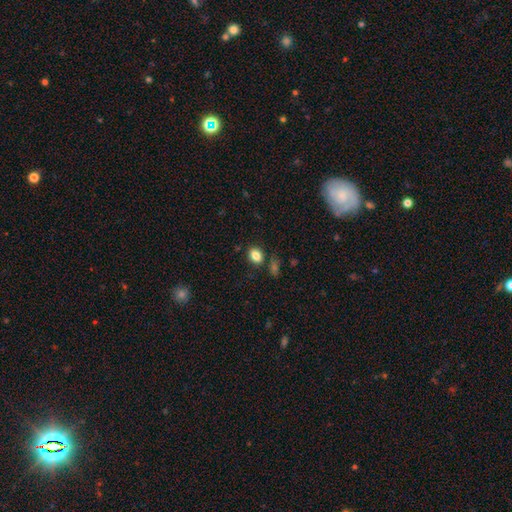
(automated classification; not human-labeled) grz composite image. It shows a smooth galaxy with no disk features (84%) that is in between round and cigar-shaped (59%). Merging: none (80%).